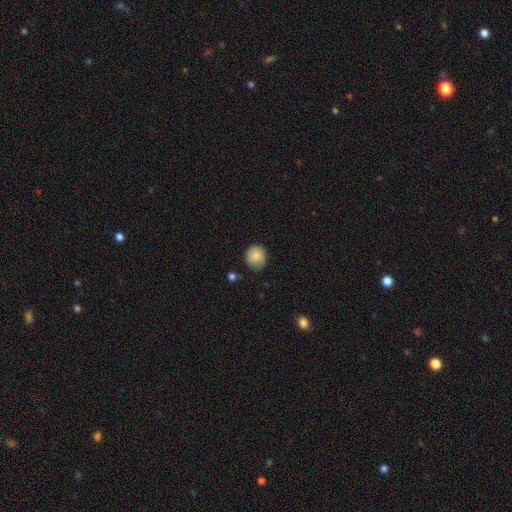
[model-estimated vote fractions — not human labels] Smooth or featured?
  - smooth: 85% *
  - star or artifact: 8%
  - featured or disk: 7%
How rounded?
  - round: 83% *
  - in between: 16%
  - cigar-shaped: 1%
Merging?
  - none: 78% *
  - minor disturbance: 17%
  - major disturbance: 3%
  - merger: 2%